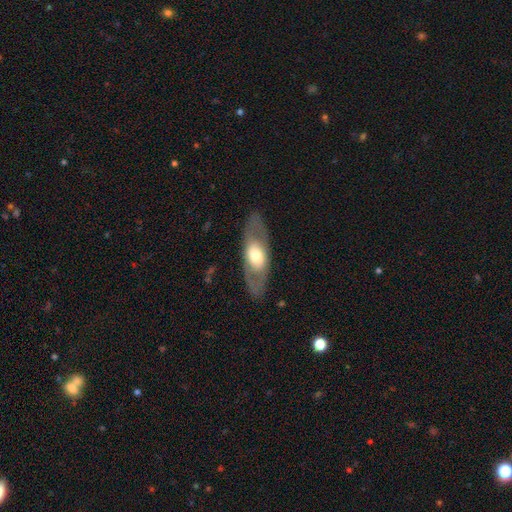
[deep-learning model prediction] smooth_or_featured: featured or disk (p=0.55) [alt: smooth p=0.39]
disk_edge_on: no (p=0.74) [alt: yes p=0.26]
merging: none (p=0.82) [alt: minor disturbance p=0.11]